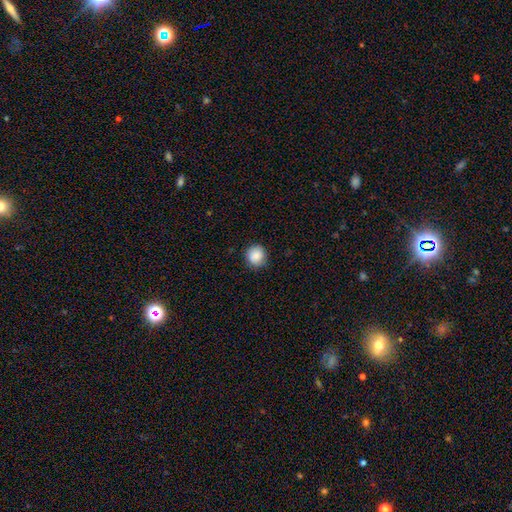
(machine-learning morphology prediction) smooth 88%, star or artifact 8%, featured or disk 4%. Down the decision tree: how rounded — round (91%); merging — none (85%).